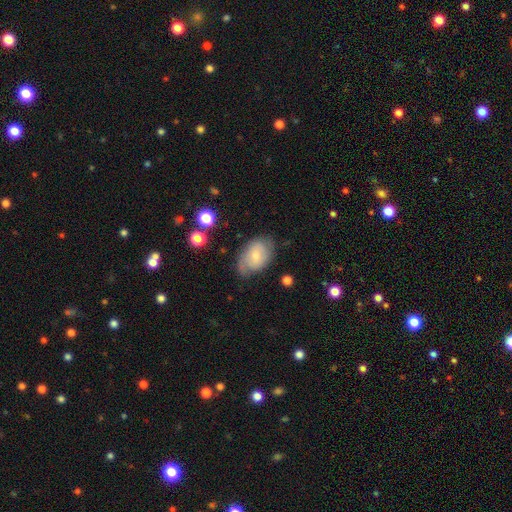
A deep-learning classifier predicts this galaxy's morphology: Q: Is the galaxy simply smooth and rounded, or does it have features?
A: smooth — 48%.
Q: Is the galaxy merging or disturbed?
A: none — 61%.